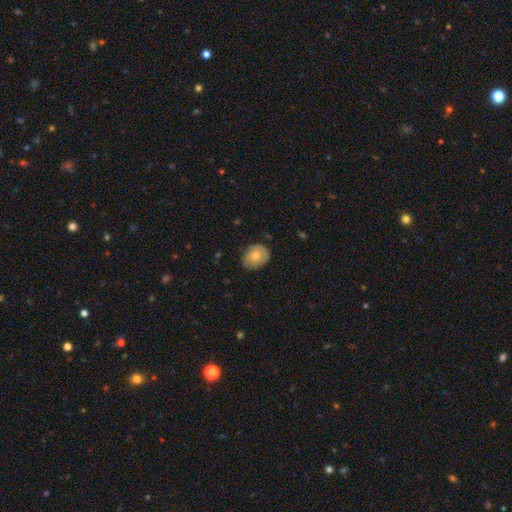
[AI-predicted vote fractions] Morphology: type=smooth (72%); roundness=round (55%); merging=none (73%).